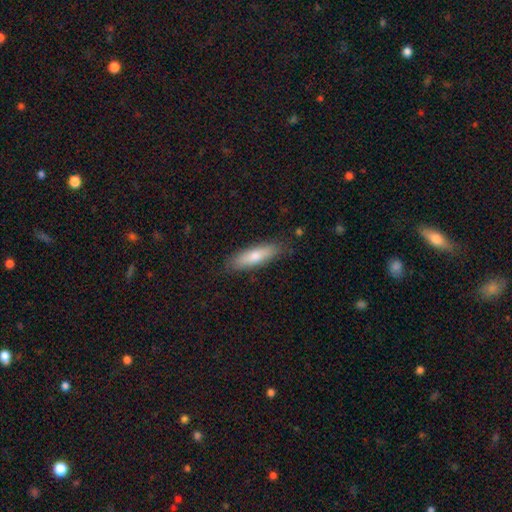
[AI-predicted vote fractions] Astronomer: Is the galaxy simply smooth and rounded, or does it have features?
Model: smooth — 74%.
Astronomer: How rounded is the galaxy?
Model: cigar-shaped — 58% (runner-up: in between, 40%).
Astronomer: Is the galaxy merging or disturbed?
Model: none — 84%.